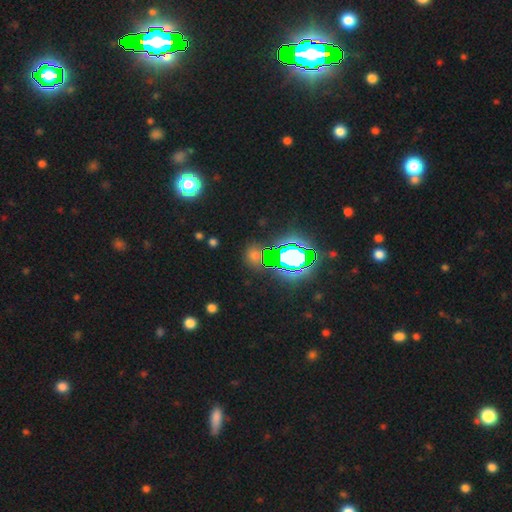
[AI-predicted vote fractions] Overall: star or artifact (67%).